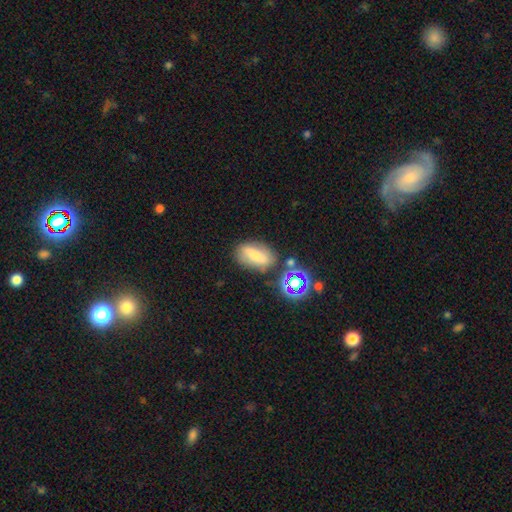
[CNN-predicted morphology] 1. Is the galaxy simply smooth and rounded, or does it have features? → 58% smooth, 26% featured or disk, 15% star or artifact.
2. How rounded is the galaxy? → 81% in between, 11% round, 8% cigar-shaped.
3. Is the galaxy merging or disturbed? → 67% none, 18% minor disturbance, 9% merger, 6% major disturbance.